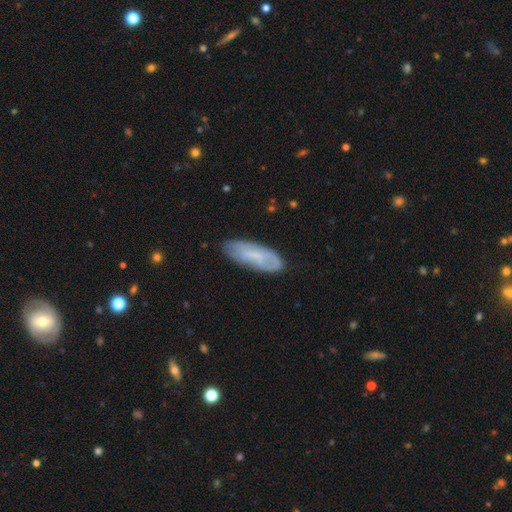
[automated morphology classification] type=smooth (58%); roundness=in between (66%); merging=none (71%).